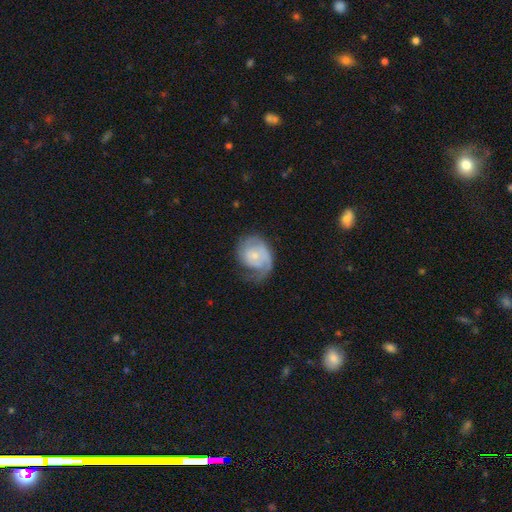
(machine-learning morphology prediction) smooth_or_featured: featured or disk (p=0.67) [alt: smooth p=0.27]
disk_edge_on: no (p=0.98) [alt: yes p=0.02]
bar: no (p=0.73) [alt: weak p=0.24]
has_spiral_arms: yes (p=0.87) [alt: no p=0.13]
spiral_winding: tight (p=0.43) [alt: medium p=0.35]
spiral_arm_count: 1 (p=0.50) [alt: 2 p=0.28]
bulge_size: small (p=0.60) [alt: moderate p=0.30]
merging: none (p=0.42) [alt: major disturbance p=0.29]